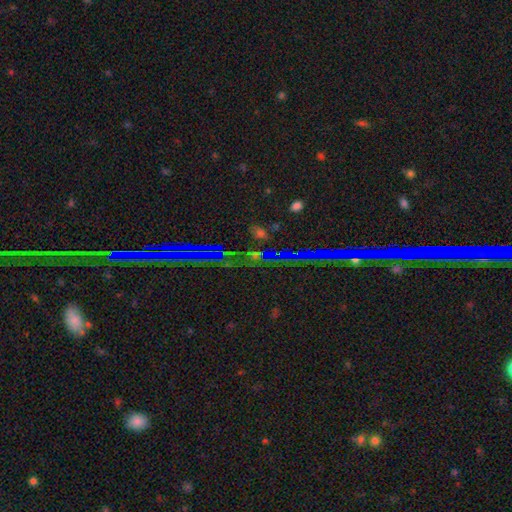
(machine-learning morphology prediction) Q: Smooth or featured?
A: star or artifact (67%); runner-up: smooth (20%)